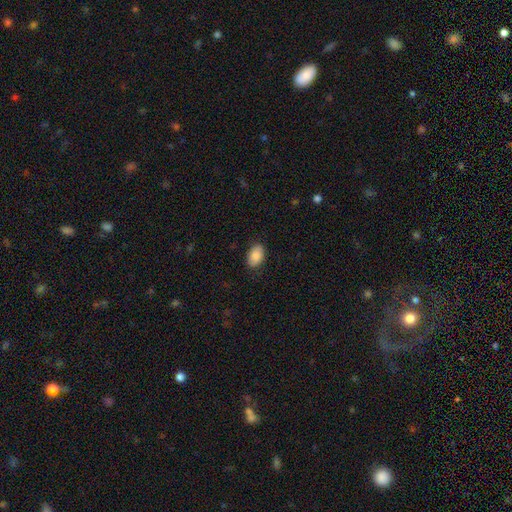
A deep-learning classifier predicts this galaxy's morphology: The model was most divided on "merging": none: 84%, minor disturbance: 12%, major disturbance: 3%, merger: 1%. More confident: how rounded — in between (90%); smooth or featured — smooth (86%).